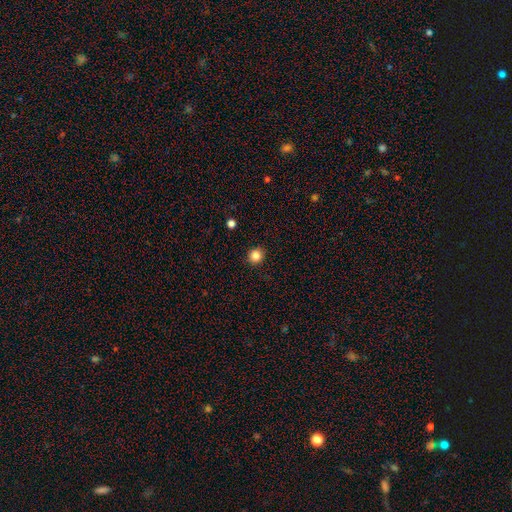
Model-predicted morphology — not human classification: Smooth or featured? Predicted: smooth (p=0.85). How rounded? Predicted: round (p=0.90). Merging? Predicted: none (p=0.92).